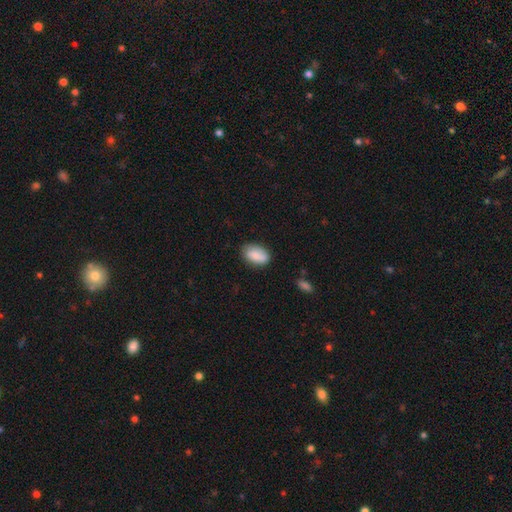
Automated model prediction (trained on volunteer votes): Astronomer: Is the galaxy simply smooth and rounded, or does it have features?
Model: smooth — 79%.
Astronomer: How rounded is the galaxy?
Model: in between — 90%.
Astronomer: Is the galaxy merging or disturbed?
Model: none — 75%.